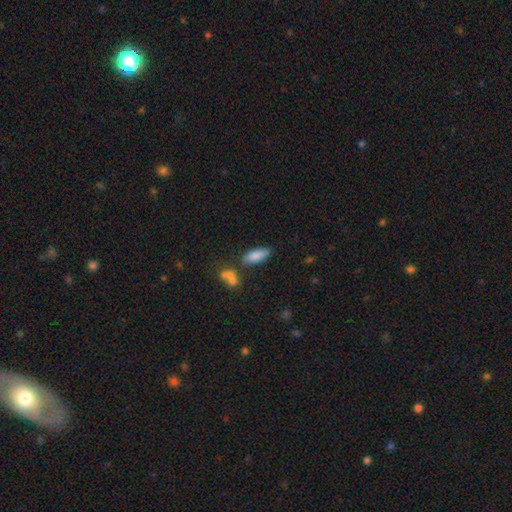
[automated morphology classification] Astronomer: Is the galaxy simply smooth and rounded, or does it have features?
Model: smooth — 84%.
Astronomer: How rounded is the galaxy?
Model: in between — 79%.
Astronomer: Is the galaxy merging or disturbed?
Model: none — 67%.